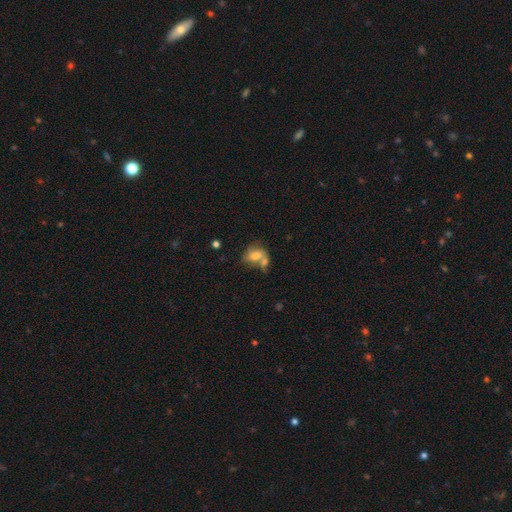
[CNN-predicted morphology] Smooth or featured? Predicted: smooth (p=0.60). How rounded? Predicted: in between (p=0.69). Merging? Predicted: merger (p=0.50).